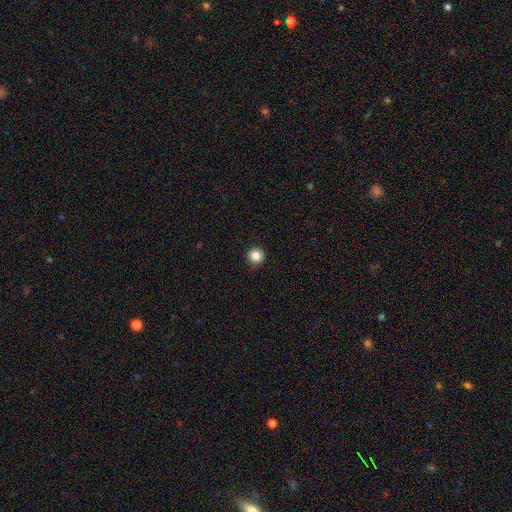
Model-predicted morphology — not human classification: Smooth or featured: smooth — 86% (star or artifact — 11%)
How rounded: round — 96% (in between — 3%)
Merging: none — 92% (minor disturbance — 6%)